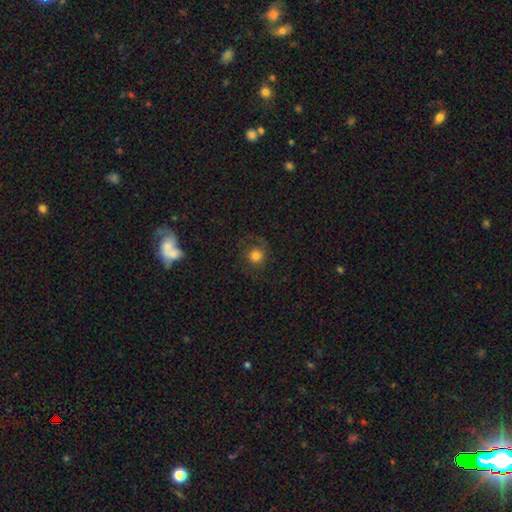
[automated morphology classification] Smooth or featured? smooth (66%)
How rounded? round (90%)
Merging? none (71%)